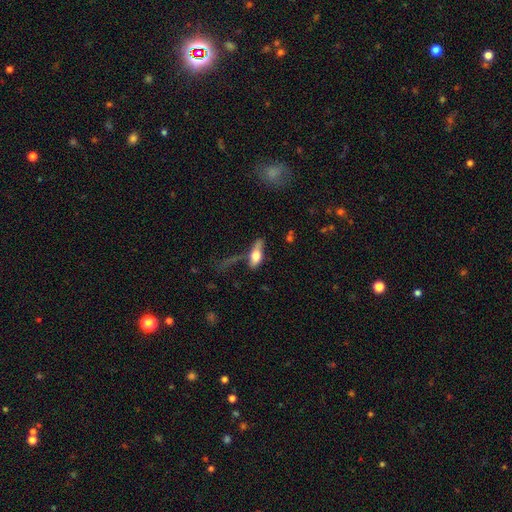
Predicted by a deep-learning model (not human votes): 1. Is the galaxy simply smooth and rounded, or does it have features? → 59% smooth, 33% featured or disk, 8% star or artifact.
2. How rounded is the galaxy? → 68% in between, 26% cigar-shaped, 5% round.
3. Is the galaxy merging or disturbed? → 37% none, 28% major disturbance, 24% minor disturbance, 11% merger.